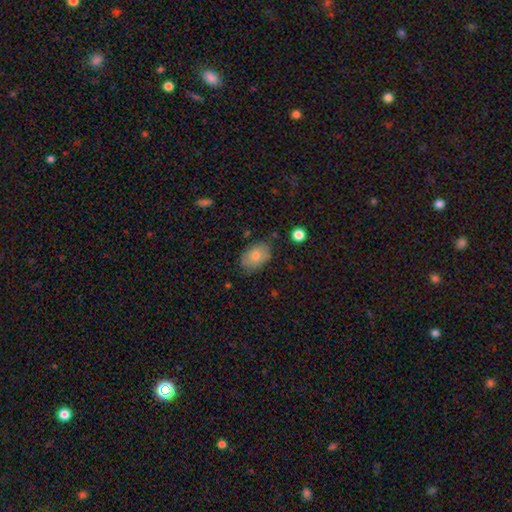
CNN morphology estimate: Smooth or featured? smooth (76%)
How rounded? in between (85%)
Merging? none (78%)